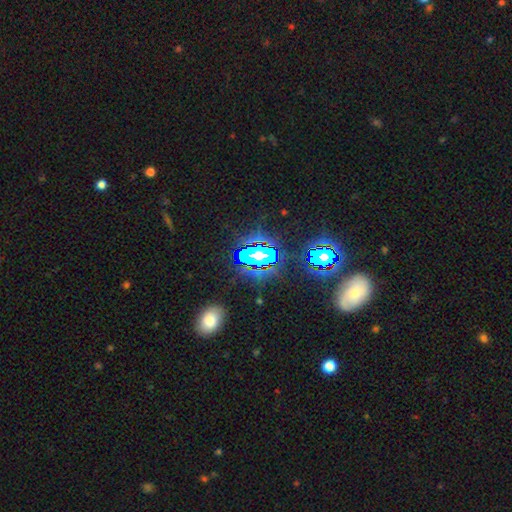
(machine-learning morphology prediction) This is likely a star or artifact rather than a galaxy (75%).